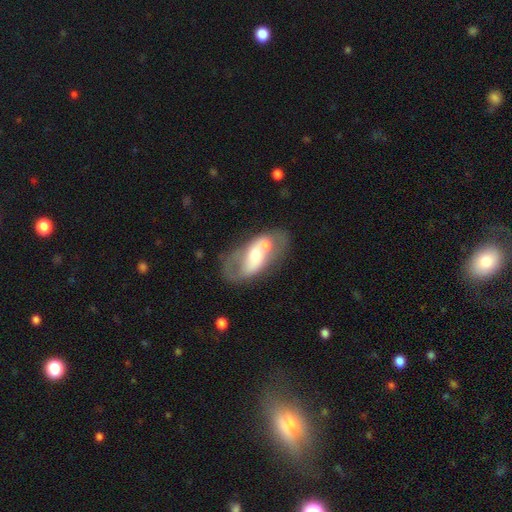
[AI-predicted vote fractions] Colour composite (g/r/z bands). It shows a featured or disk galaxy (64%) with no bar (47%), spiral arms (58%) and a moderate central bulge (59%). Merging: none (39%).